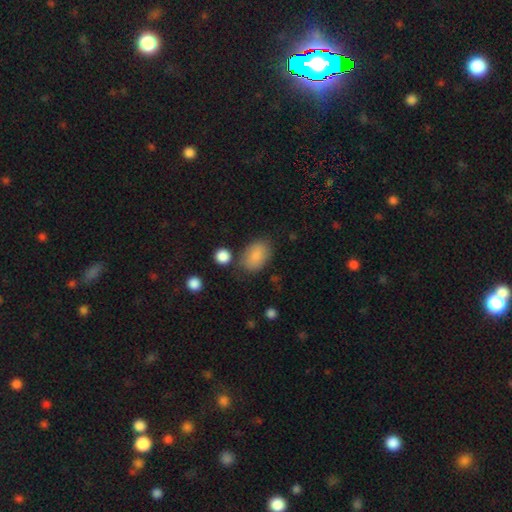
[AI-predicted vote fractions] smooth 85%, featured or disk 8%, star or artifact 7%. Down the decision tree: how rounded — in between (86%); merging — none (72%).